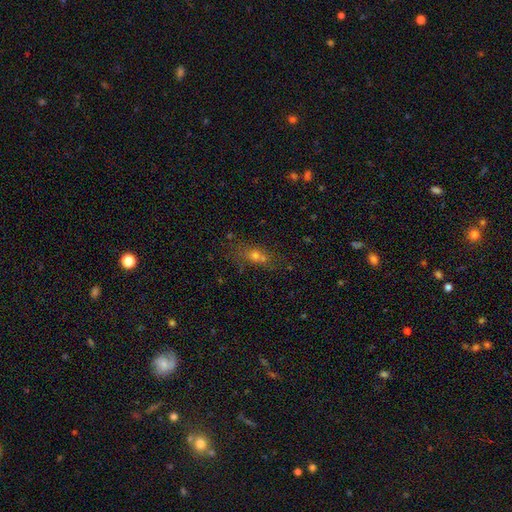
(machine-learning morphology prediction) Q: Smooth or featured?
A: smooth (55%); runner-up: star or artifact (27%)
Q: How rounded?
A: in between (48%); runner-up: round (37%)
Q: Merging?
A: none (52%); runner-up: merger (26%)